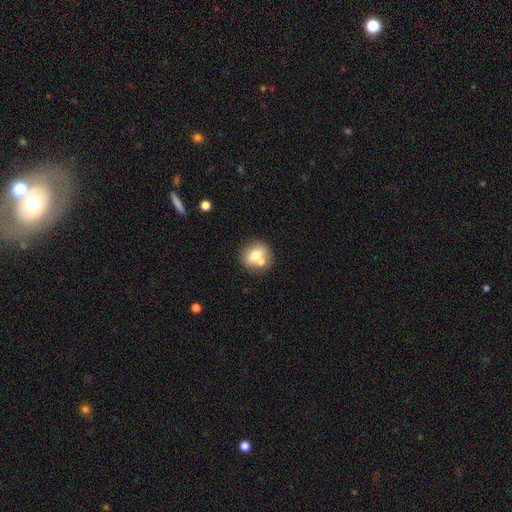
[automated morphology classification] smooth 67%, featured or disk 23%, star or artifact 10%. Down the decision tree: how rounded — round (82%); merging — none (58%).